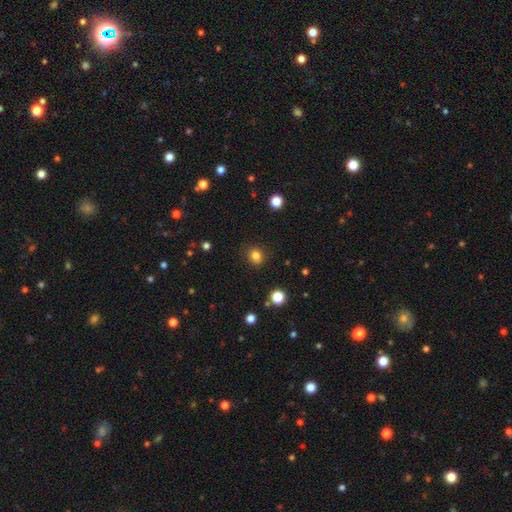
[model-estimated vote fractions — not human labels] smooth-or-featured: smooth: 82% | star or artifact: 13% | featured or disk: 5%
  how-rounded: round: 70% | in between: 29% | cigar-shaped: 1%
  merging: none: 86% | minor disturbance: 10% | major disturbance: 3% | merger: 1%